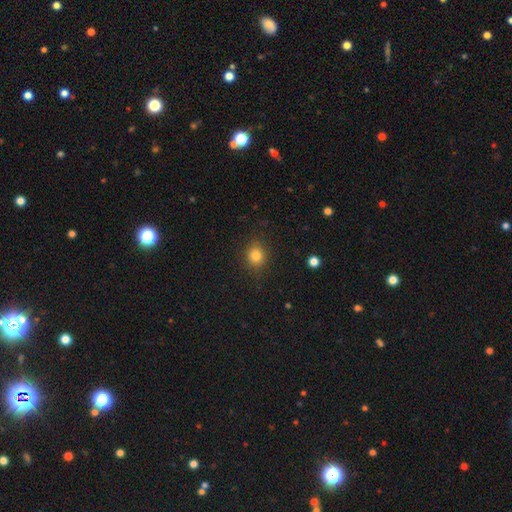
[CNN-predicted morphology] smooth 81%, star or artifact 12%, featured or disk 6%. Down the decision tree: how rounded — round (76%); merging — none (87%).